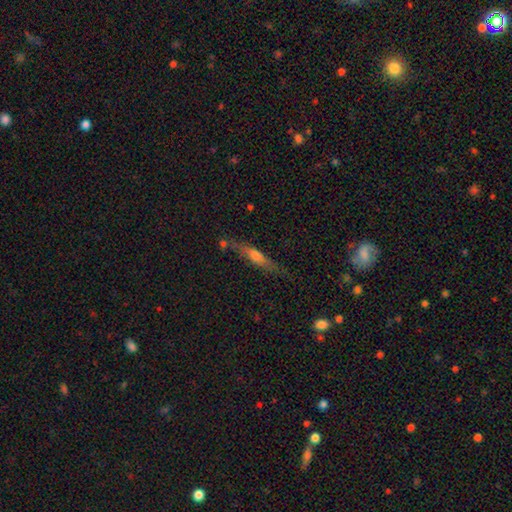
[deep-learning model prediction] This appears to be a featured or disk galaxy (52%) viewed edge-on (88%). Merging: none (71%).